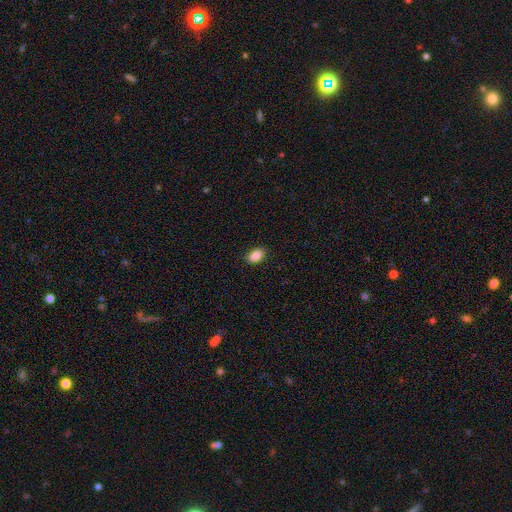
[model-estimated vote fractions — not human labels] This appears to be a smooth galaxy with no disk features (88%) that is in between round and cigar-shaped (88%). Merging: none (89%).